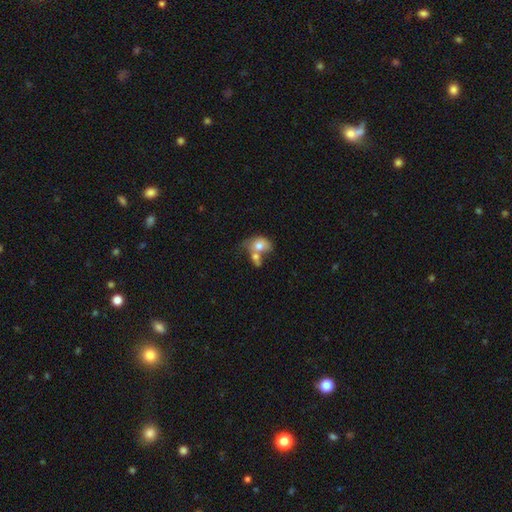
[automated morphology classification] smooth_or_featured: smooth (p=0.66) [alt: featured or disk p=0.25]
how_rounded: in between (p=0.61) [alt: round p=0.38]
merging: merger (p=0.62) [alt: none p=0.18]